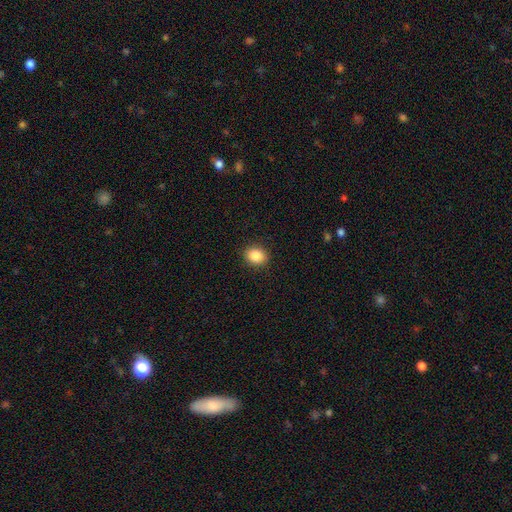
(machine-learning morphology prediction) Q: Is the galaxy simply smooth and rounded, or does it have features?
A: smooth — 87%.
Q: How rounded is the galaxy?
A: round — 59%.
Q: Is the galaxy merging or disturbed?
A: none — 90%.